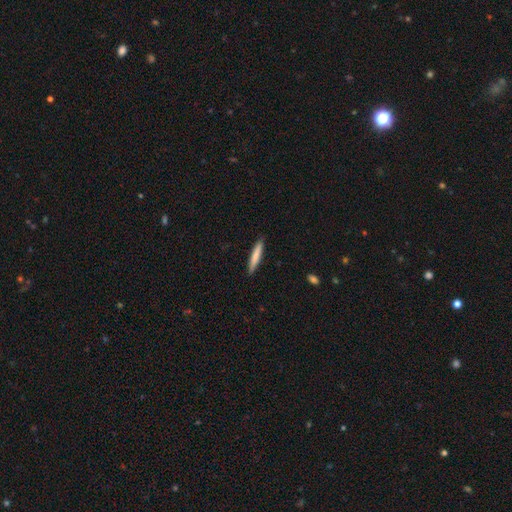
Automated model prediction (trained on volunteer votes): Smooth or featured? Predicted: smooth (p=0.76). How rounded? Predicted: cigar-shaped (p=0.94). Merging? Predicted: none (p=0.90).